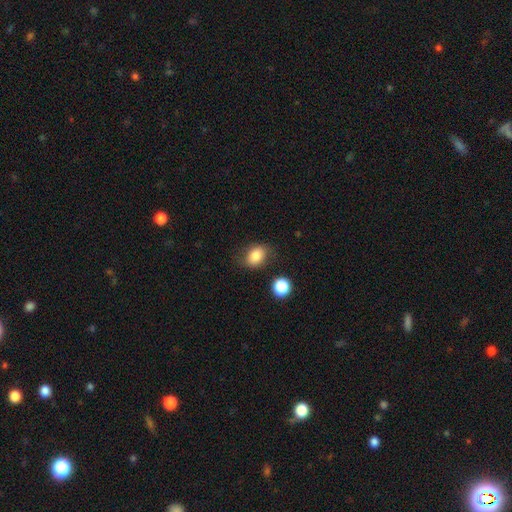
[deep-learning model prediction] Q: Smooth or featured?
A: smooth (80%); runner-up: featured or disk (10%)
Q: How rounded?
A: in between (71%); runner-up: round (28%)
Q: Merging?
A: none (70%); runner-up: minor disturbance (20%)